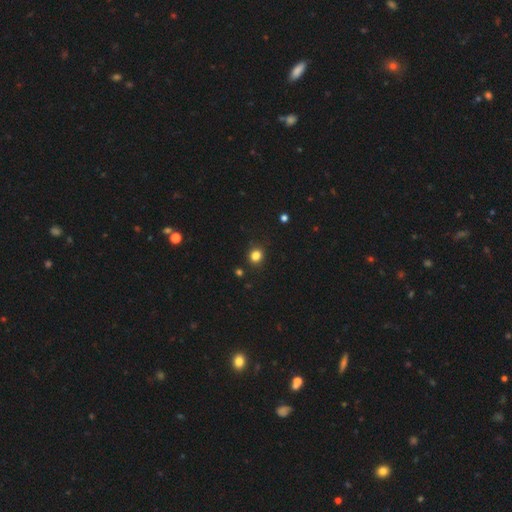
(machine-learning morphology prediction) Smooth or featured: smooth — 83% (star or artifact — 13%)
How rounded: round — 82% (in between — 18%)
Merging: none — 90% (minor disturbance — 7%)